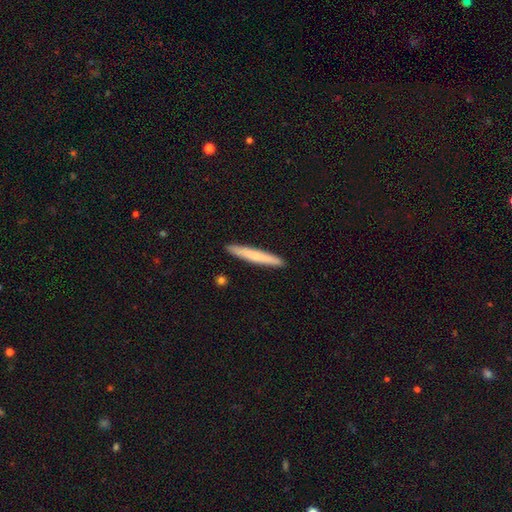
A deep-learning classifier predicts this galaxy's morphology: type=smooth (69%); roundness=cigar-shaped (96%); merging=none (92%).